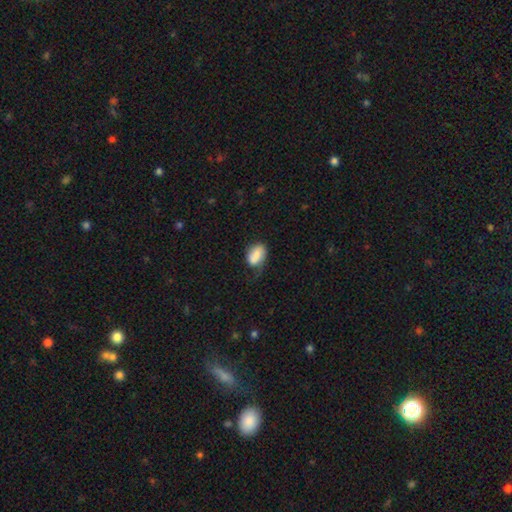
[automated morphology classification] Overall: smooth (77%). How rounded: in between (85%). Merging: none (36%; minor disturbance 34%).